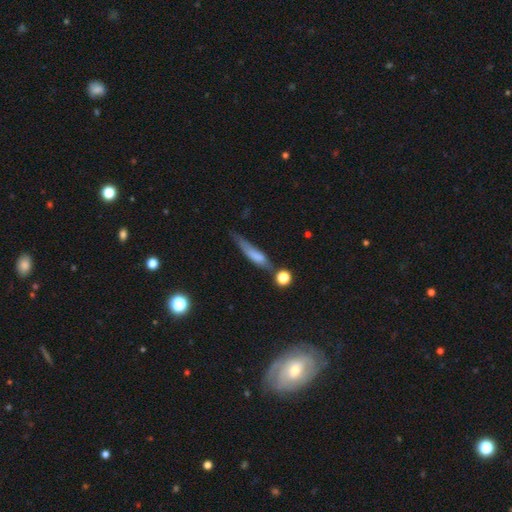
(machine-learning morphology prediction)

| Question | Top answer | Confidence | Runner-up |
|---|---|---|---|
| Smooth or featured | smooth | 62% | featured or disk (29%) |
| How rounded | cigar-shaped | 79% | in between (18%) |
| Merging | none | 45% | minor disturbance (28%) |